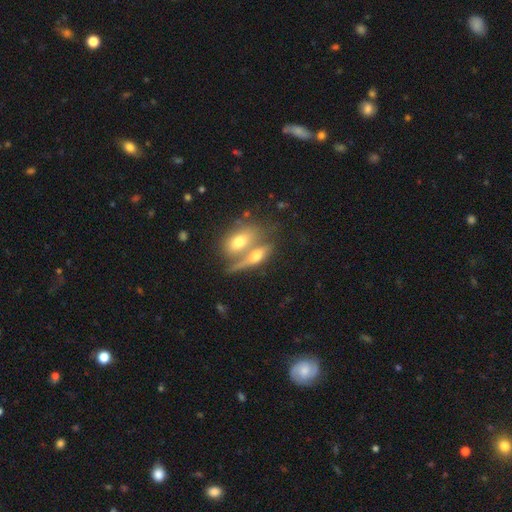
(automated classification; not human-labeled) Smooth or featured? smooth (52%)
How rounded? in between (63%)
Merging? merger (56%)